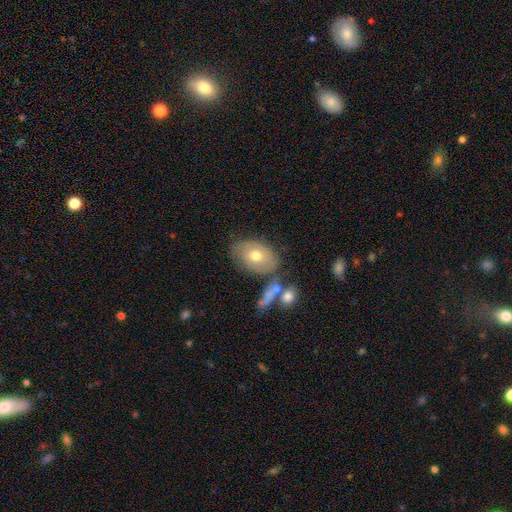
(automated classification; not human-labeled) Smooth or featured? smooth (63%)
How rounded? in between (84%)
Merging? none (63%)